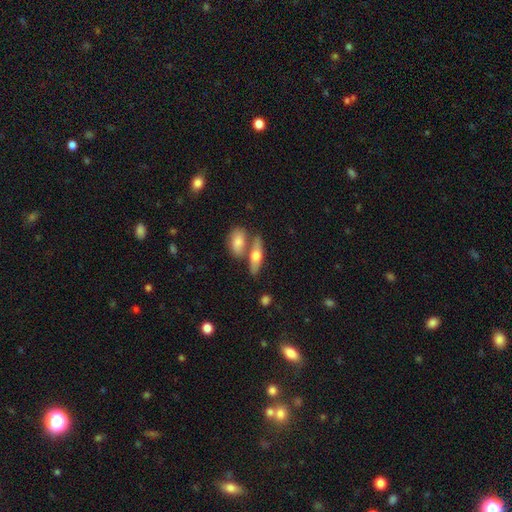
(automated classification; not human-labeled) This appears to be a smooth galaxy with no disk features (57%) that is in between round and cigar-shaped (52%). Merging: none (55%).